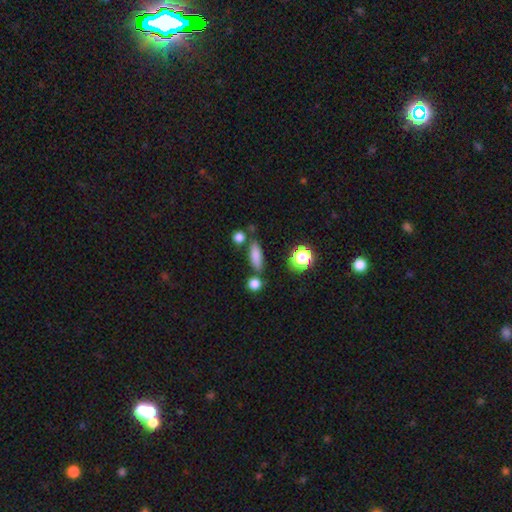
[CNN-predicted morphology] Smooth or featured? Predicted: smooth (p=0.81). How rounded? Predicted: in between (p=0.54). Merging? Predicted: none (p=0.75).